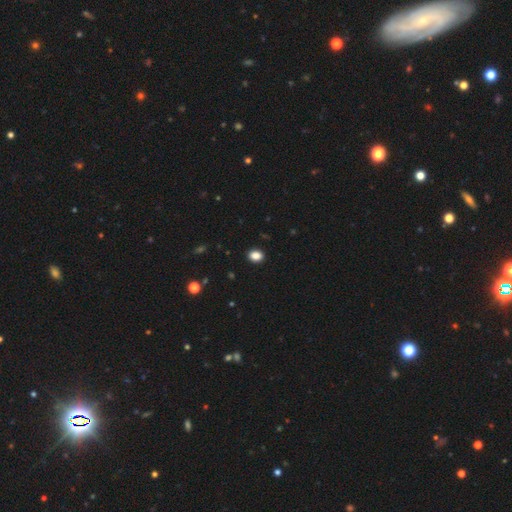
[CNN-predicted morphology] Smooth or featured?
  - smooth: 86% *
  - star or artifact: 10%
  - featured or disk: 3%
How rounded?
  - in between: 59% *
  - round: 40%
  - cigar-shaped: 1%
Merging?
  - none: 91% *
  - minor disturbance: 6%
  - major disturbance: 2%
  - merger: 1%